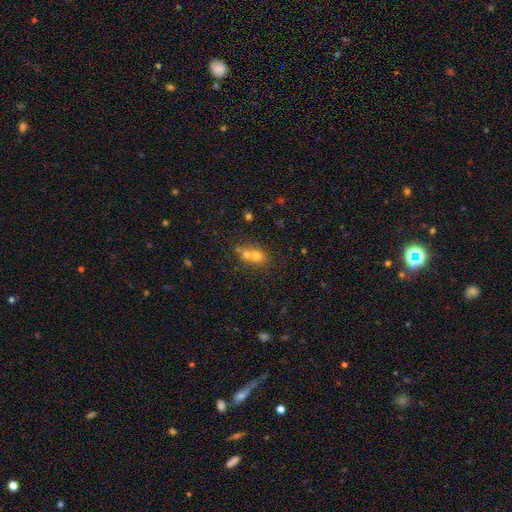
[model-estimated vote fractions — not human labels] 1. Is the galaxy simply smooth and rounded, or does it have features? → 67% smooth, 18% featured or disk, 15% star or artifact.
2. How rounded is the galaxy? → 66% round, 33% in between, 1% cigar-shaped.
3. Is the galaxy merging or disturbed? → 59% merger, 32% none, 6% minor disturbance, 3% major disturbance.